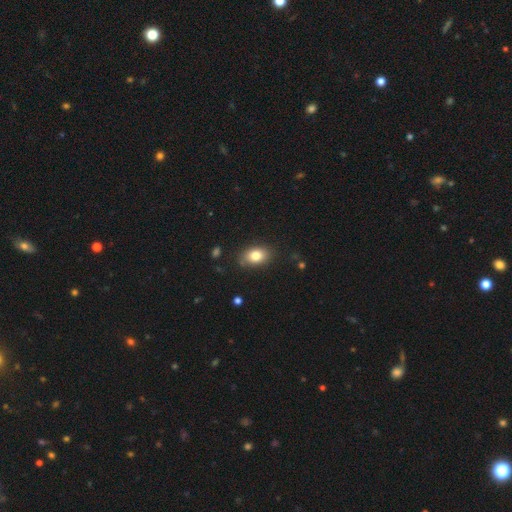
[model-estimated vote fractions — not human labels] A smooth galaxy with no disk features (81%) that is in between round and cigar-shaped (82%).

Vote fractions:
- Smooth or featured? smooth: 81% / featured or disk: 10% / star or artifact: 9%
- How rounded? in between: 82% / round: 16% / cigar-shaped: 1%
- Merging? none: 82% / minor disturbance: 14% / major disturbance: 3% / merger: 1%